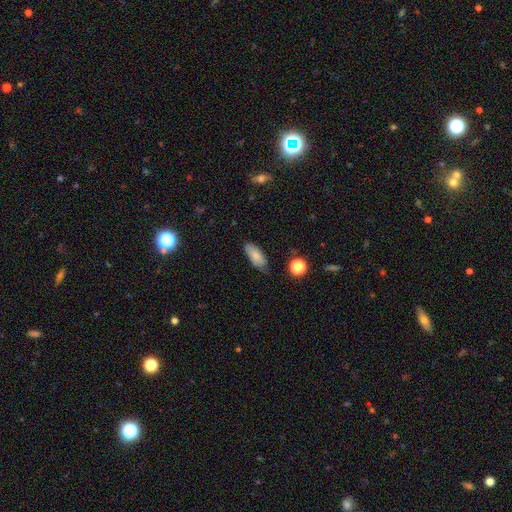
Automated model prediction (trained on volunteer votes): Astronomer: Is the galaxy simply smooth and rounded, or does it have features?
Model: smooth — 82%.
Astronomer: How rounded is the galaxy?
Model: in between — 81%.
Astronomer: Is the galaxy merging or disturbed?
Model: none — 72%.